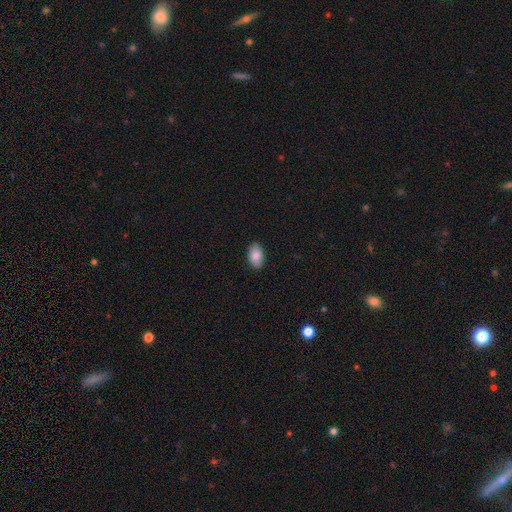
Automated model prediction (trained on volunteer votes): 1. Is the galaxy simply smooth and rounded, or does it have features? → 87% smooth, 7% star or artifact, 6% featured or disk.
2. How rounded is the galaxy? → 93% in between, 5% round, 2% cigar-shaped.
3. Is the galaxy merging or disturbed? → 89% none, 9% minor disturbance, 2% major disturbance, 1% merger.